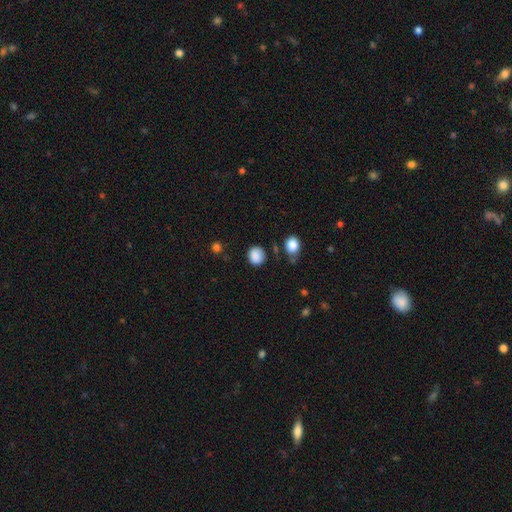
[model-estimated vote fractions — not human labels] A smooth galaxy with no disk features (87%) that is round (80%). Merging: none (78%).